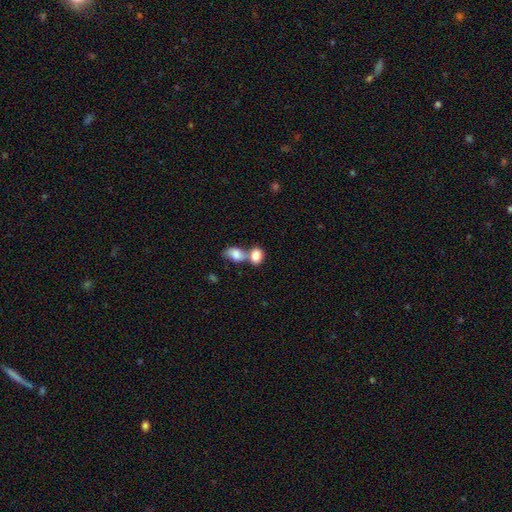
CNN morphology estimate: This is clearly a smooth galaxy (84%). How rounded: likely in between (77%). Merging: likely merger (62%).